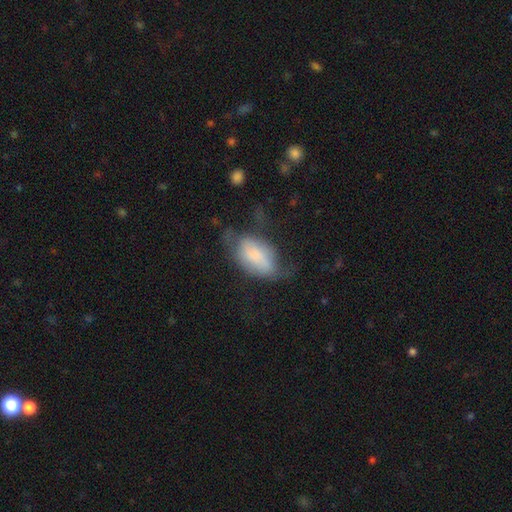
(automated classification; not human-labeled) Smooth or featured? smooth (63%)
How rounded? in between (92%)
Merging? major disturbance (36%)